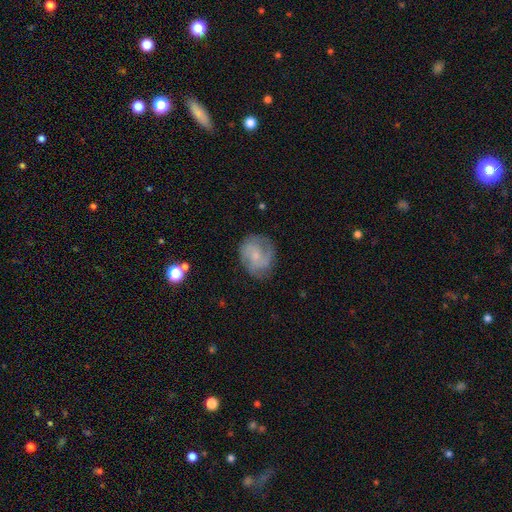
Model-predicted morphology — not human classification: Overall: featured or disk (59%; smooth 33%). Edge-on disk: no (98%). Bar: no (67%; weak 29%). Spiral arms: yes (86%). Bulge size: small (61%; moderate 25%). Merging: none (69%).